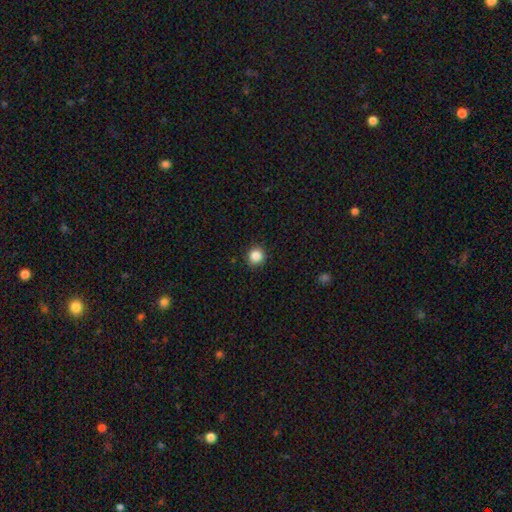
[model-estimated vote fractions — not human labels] The model was most divided on "smooth or featured": smooth: 86%, star or artifact: 11%, featured or disk: 4%. More confident: how rounded — round (94%); merging — none (92%).